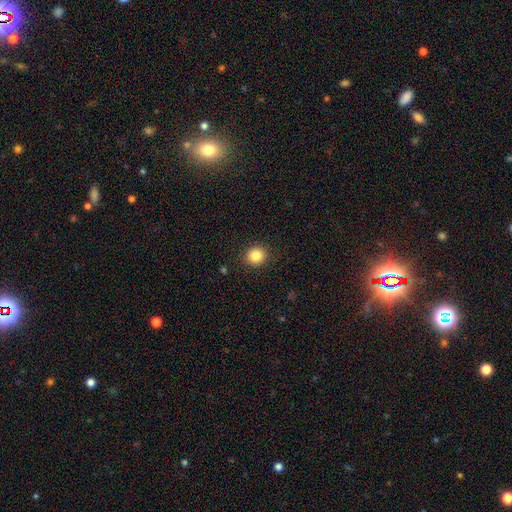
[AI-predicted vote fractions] This is clearly a smooth galaxy (84%). How rounded: clearly round (87%). Merging: clearly none (90%).